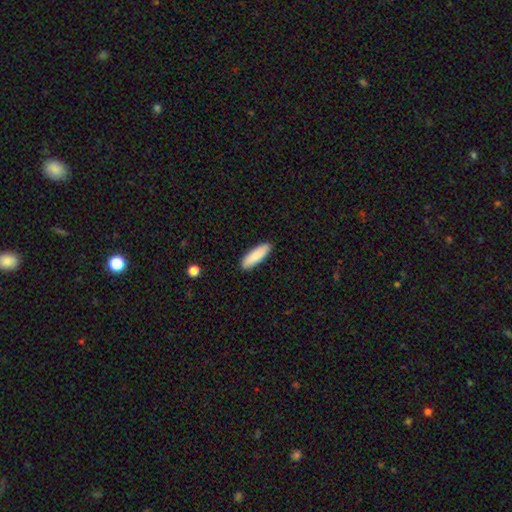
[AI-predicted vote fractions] Overall: smooth (87%). How rounded: cigar-shaped (53%; in between 46%). Merging: none (90%).